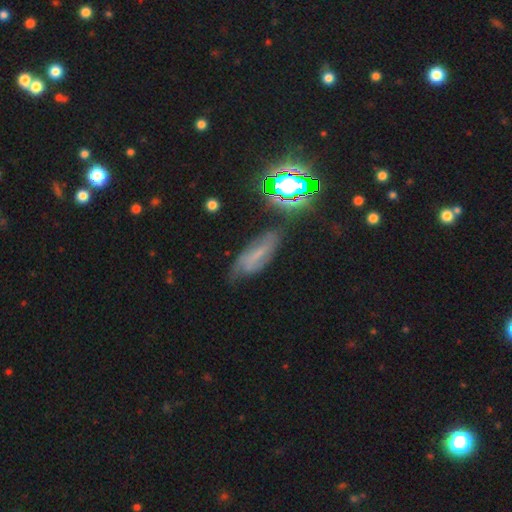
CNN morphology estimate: This is possibly a featured or disk galaxy (50%). Merging: possibly none (58%).